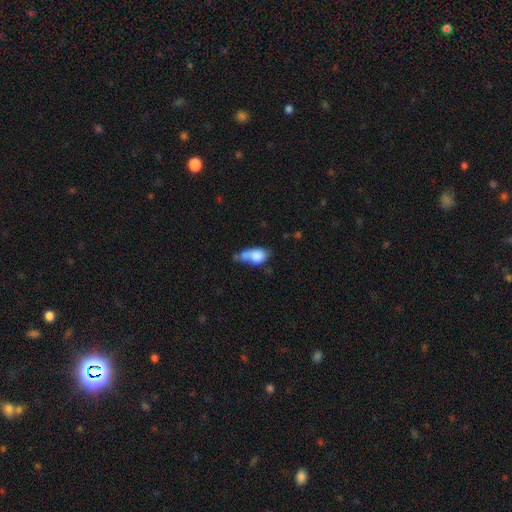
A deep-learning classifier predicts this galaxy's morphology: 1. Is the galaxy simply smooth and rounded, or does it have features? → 75% smooth, 17% featured or disk, 8% star or artifact.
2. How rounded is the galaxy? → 78% in between, 17% round, 6% cigar-shaped.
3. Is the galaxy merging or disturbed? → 32% merger, 26% minor disturbance, 25% none, 18% major disturbance.